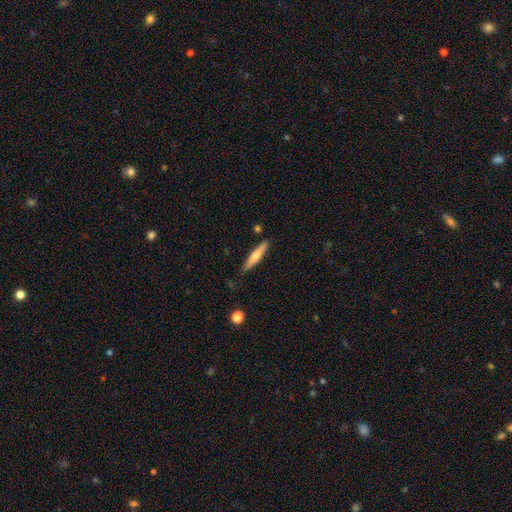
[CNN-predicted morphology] This appears to be a smooth galaxy with no disk features (53%) that is cigar-shaped (90%). Merging: none (87%).